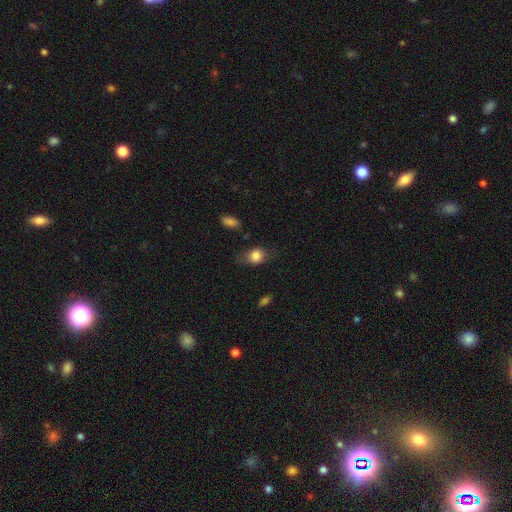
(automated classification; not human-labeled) smooth-or-featured: smooth: 80% | featured or disk: 12% | star or artifact: 8%
  how-rounded: round: 49% (tied) | in between: 49% (tied) | cigar-shaped: 2%
  merging: none: 62% | minor disturbance: 26% | major disturbance: 10% | merger: 2%